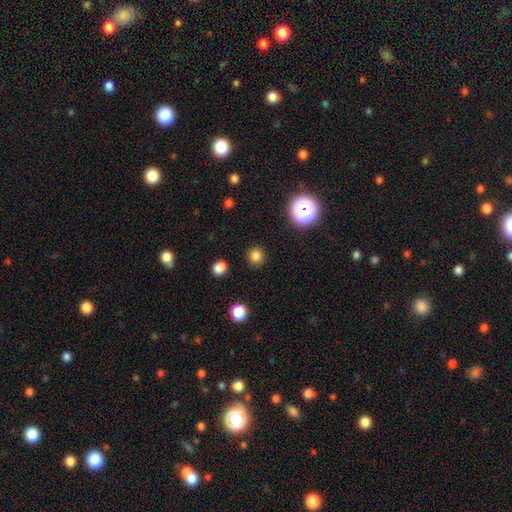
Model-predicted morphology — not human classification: A smooth galaxy with no disk features (80%) that is round (92%). Merging: none (91%).